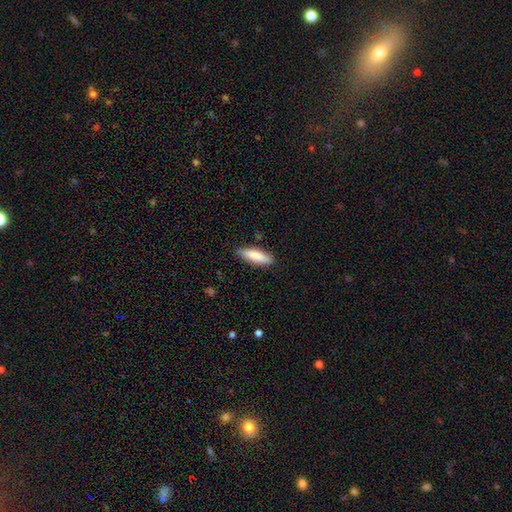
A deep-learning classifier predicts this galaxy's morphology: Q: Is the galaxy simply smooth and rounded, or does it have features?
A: smooth — 85%.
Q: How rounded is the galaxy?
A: cigar-shaped — 58%.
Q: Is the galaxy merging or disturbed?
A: none — 84%.